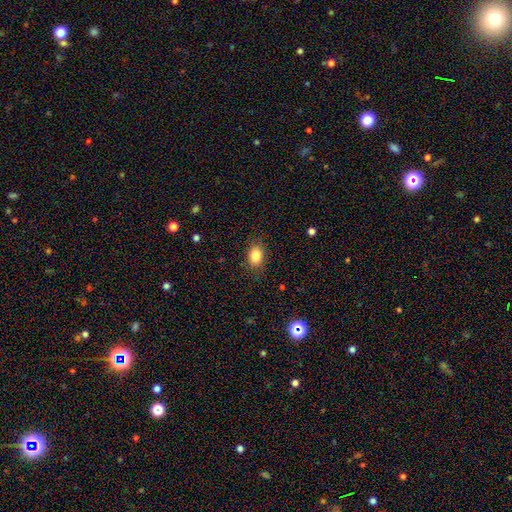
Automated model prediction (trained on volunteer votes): A smooth galaxy with no disk features (84%) that is in between round and cigar-shaped (76%). Merging: none (85%).